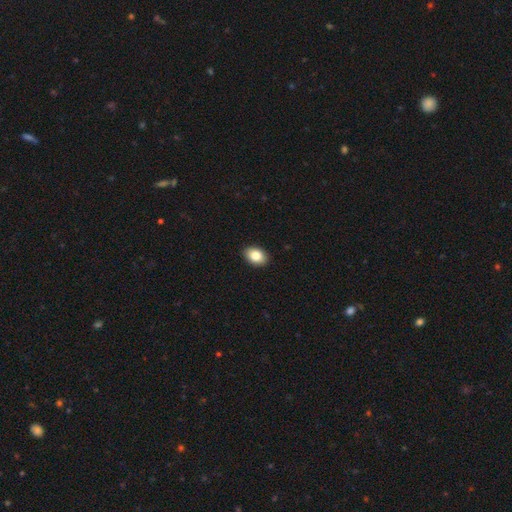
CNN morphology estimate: Smooth or featured: smooth — 84% (star or artifact — 8%)
How rounded: in between — 82% (round — 16%)
Merging: none — 91% (minor disturbance — 7%)